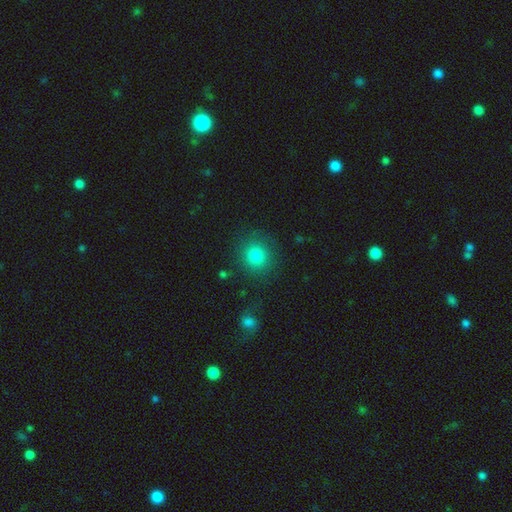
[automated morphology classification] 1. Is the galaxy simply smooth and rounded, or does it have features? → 82% smooth, 11% star or artifact, 7% featured or disk.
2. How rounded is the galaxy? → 89% round, 10% in between, 1% cigar-shaped.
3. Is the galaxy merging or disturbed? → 82% none, 10% minor disturbance, 5% major disturbance, 3% merger.